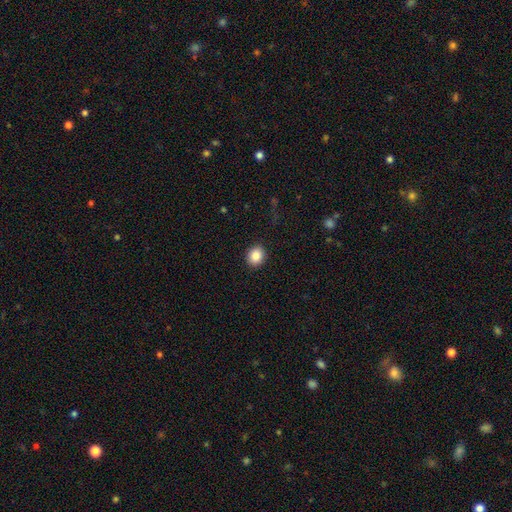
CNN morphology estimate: This appears to be a smooth galaxy with no disk features (85%) that is round (72%). Merging: none (91%).